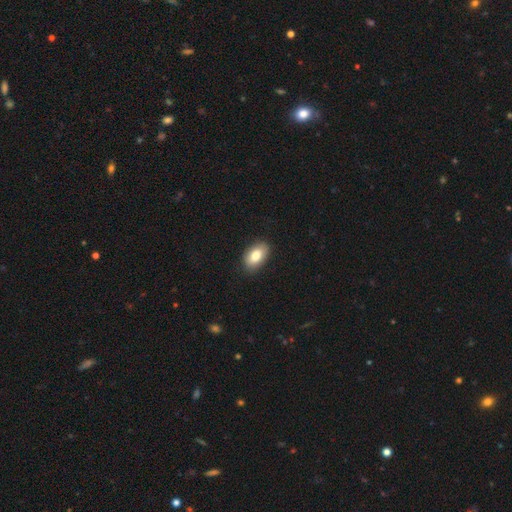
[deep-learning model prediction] This is clearly a smooth galaxy (82%). How rounded: clearly in between (92%). Merging: clearly none (87%).